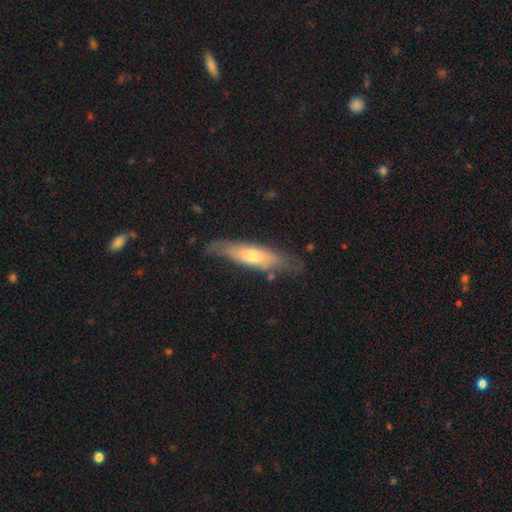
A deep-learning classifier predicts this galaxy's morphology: Smooth or featured: smooth — 58% (featured or disk — 37%)
How rounded: cigar-shaped — 61% (in between — 37%)
Merging: none — 65% (minor disturbance — 23%)